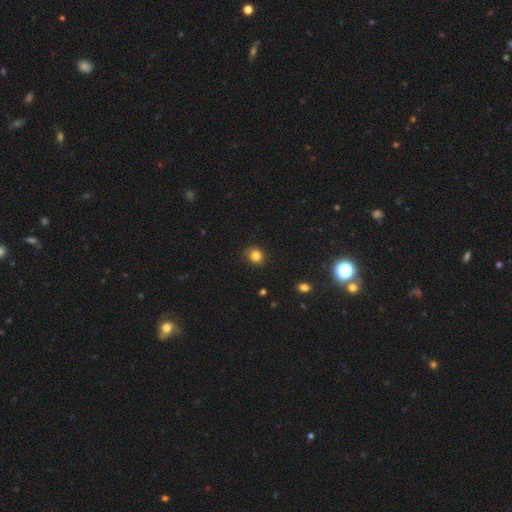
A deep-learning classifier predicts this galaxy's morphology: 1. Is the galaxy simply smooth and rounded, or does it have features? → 83% smooth, 11% star or artifact, 6% featured or disk.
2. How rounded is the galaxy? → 79% round, 20% in between, 1% cigar-shaped.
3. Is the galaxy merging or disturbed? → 81% none, 15% minor disturbance, 3% major disturbance, 1% merger.